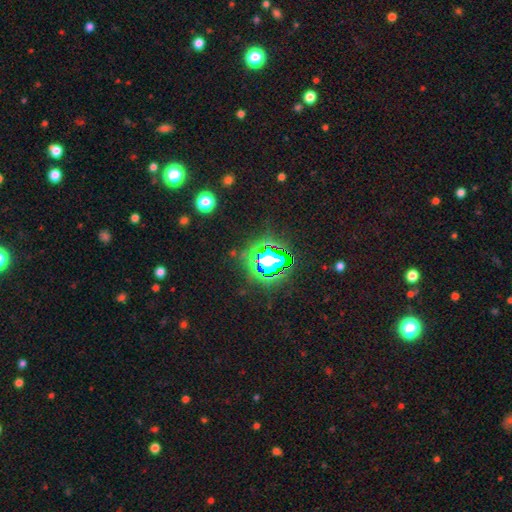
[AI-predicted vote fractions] Smooth or featured? star or artifact (83%)